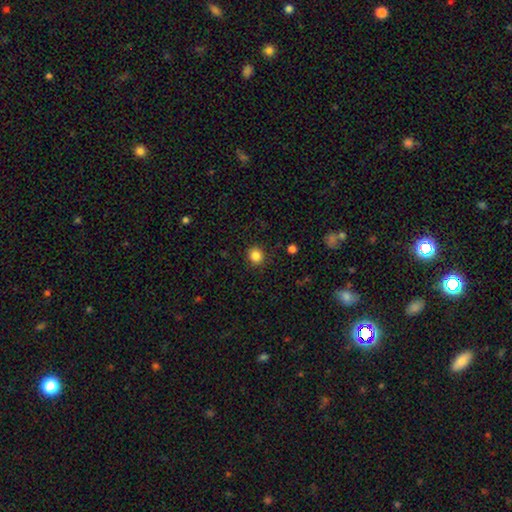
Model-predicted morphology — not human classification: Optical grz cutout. It shows a smooth galaxy with no disk features (85%) that is round (85%). Merging: none (89%).